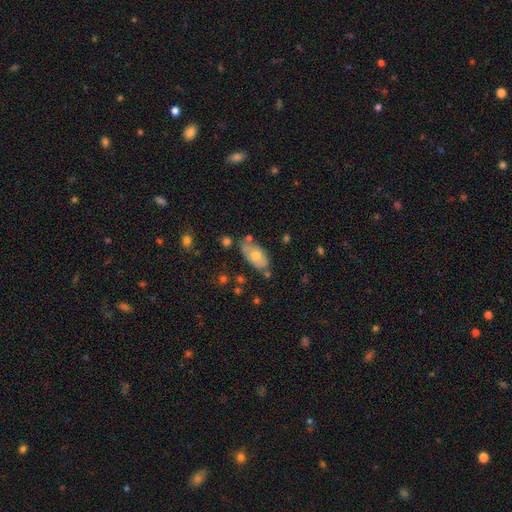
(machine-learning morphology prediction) smooth 60%, featured or disk 33%, star or artifact 7%. Down the decision tree: how rounded — in between (91%); merging — none (63%).